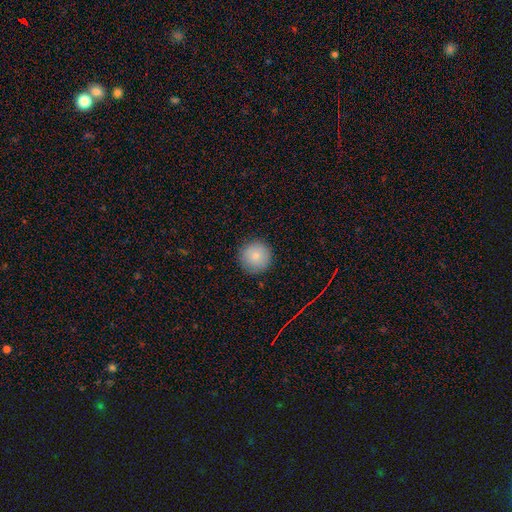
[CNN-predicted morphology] smooth_or_featured: smooth (p=0.83) [alt: star or artifact p=0.09]
how_rounded: round (p=0.95) [alt: in between p=0.04]
merging: none (p=0.90) [alt: minor disturbance p=0.07]